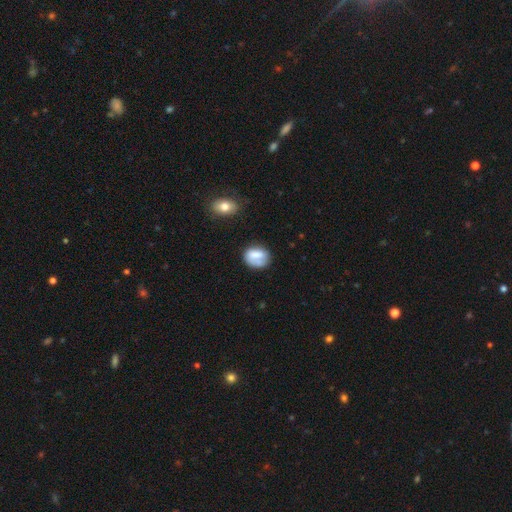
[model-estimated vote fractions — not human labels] smooth-or-featured: smooth: 70% | featured or disk: 22% | star or artifact: 8%
  how-rounded: in between: 52% | round: 46% | cigar-shaped: 2%
  merging: none: 56% | minor disturbance: 25% | major disturbance: 12% | merger: 7%